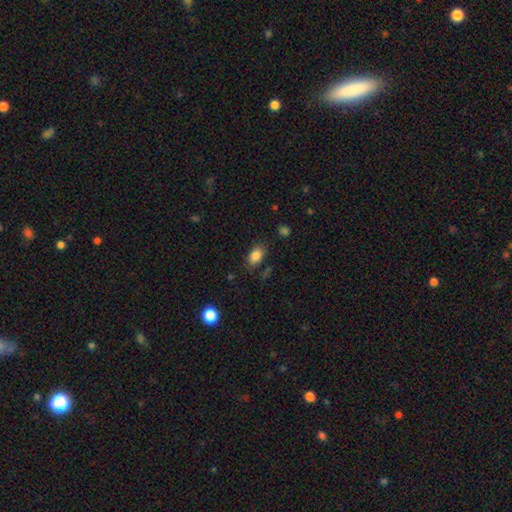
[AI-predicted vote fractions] smooth 84%, star or artifact 10%, featured or disk 6%. Down the decision tree: how rounded — in between (87%); merging — none (79%).